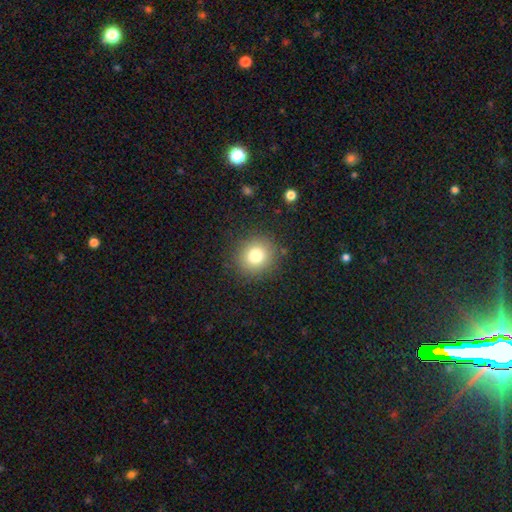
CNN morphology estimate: This appears to be a smooth galaxy with no disk features (78%) that is round (87%). Merging: none (88%).